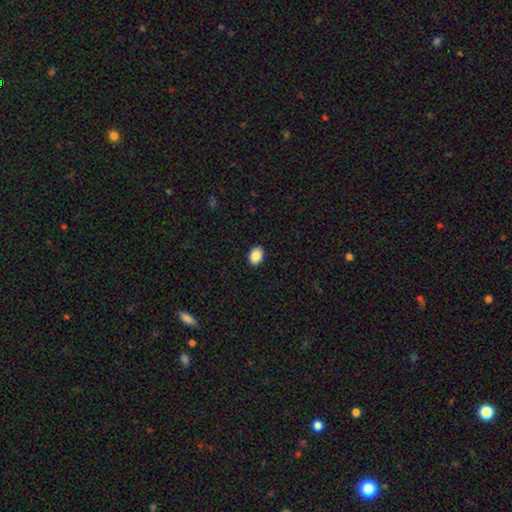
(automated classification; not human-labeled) A smooth galaxy with no disk features (88%) that is in between round and cigar-shaped (71%). Merging: none (91%).